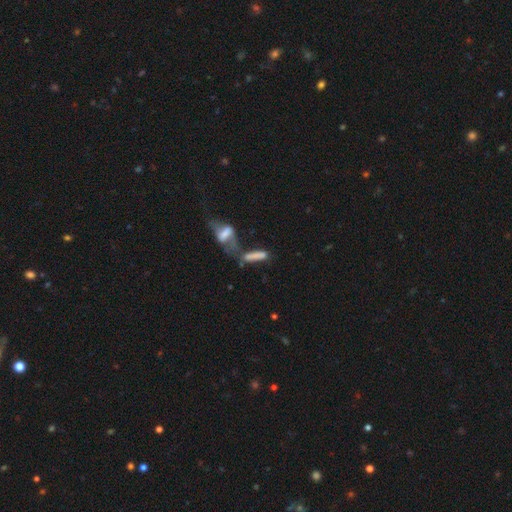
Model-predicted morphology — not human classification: Smooth or featured?
  - smooth: 61% *
  - featured or disk: 27%
  - star or artifact: 12%
How rounded?
  - cigar-shaped: 62% *
  - in between: 34%
  - round: 4%
Merging?
  - merger: 49% *
  - none: 23%
  - major disturbance: 16%
  - minor disturbance: 11%